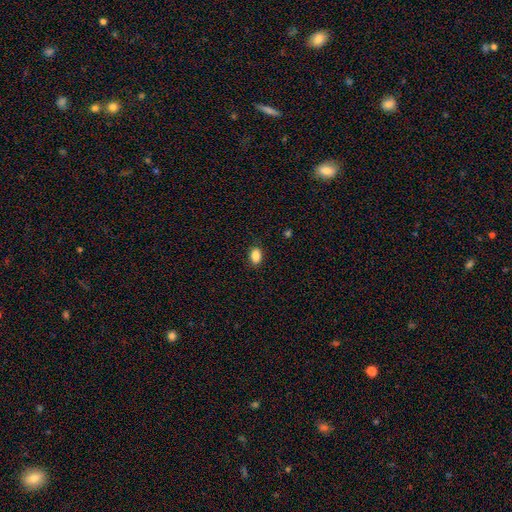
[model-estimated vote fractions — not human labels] smooth 88%, star or artifact 9%, featured or disk 4%. Down the decision tree: how rounded — in between (85%); merging — none (87%).